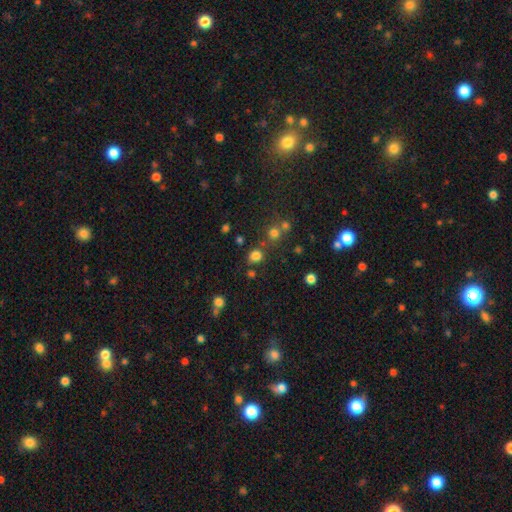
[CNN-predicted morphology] Smooth or featured? smooth (77%)
How rounded? round (73%)
Merging? none (76%)